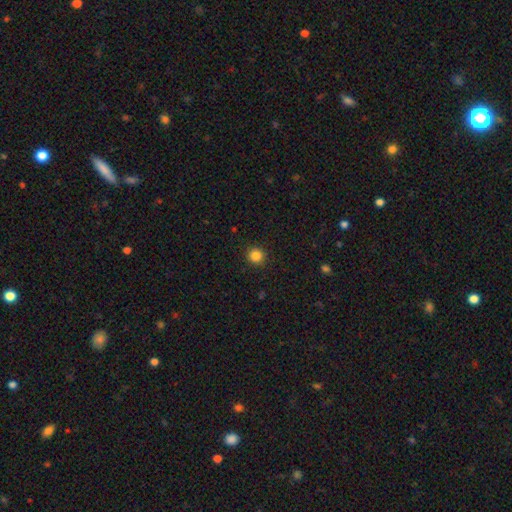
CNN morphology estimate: The model was most divided on "smooth or featured": smooth: 85%, star or artifact: 12%, featured or disk: 4%. More confident: how rounded — round (93%); merging — none (92%).